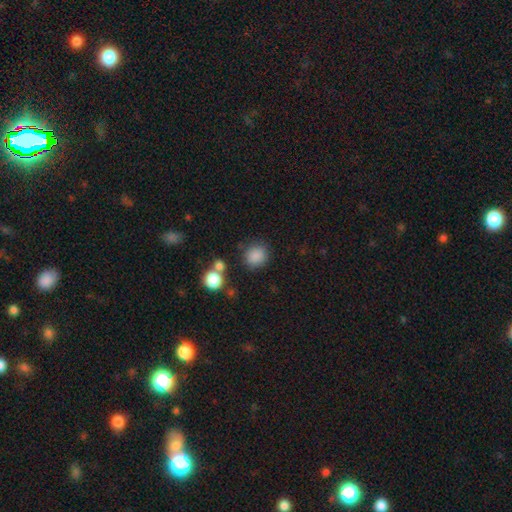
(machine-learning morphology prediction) Smooth or featured?
  - smooth: 85% *
  - star or artifact: 11%
  - featured or disk: 4%
How rounded?
  - round: 85% *
  - in between: 14%
  - cigar-shaped: 1%
Merging?
  - none: 79% *
  - minor disturbance: 10%
  - merger: 7%
  - major disturbance: 4%